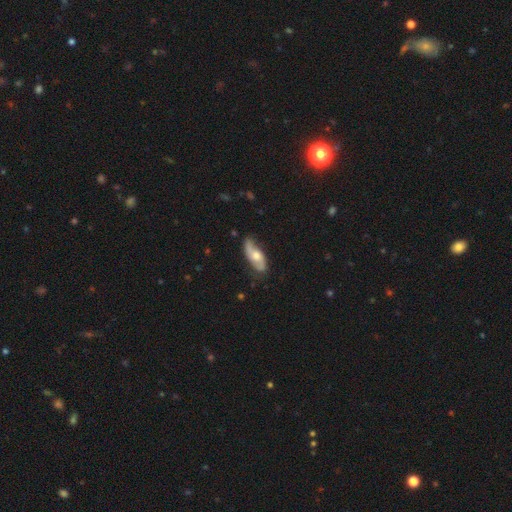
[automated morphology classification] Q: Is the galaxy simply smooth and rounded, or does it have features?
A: featured or disk — 56%.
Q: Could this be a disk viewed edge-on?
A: no — 82%.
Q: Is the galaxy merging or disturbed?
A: none — 69%.